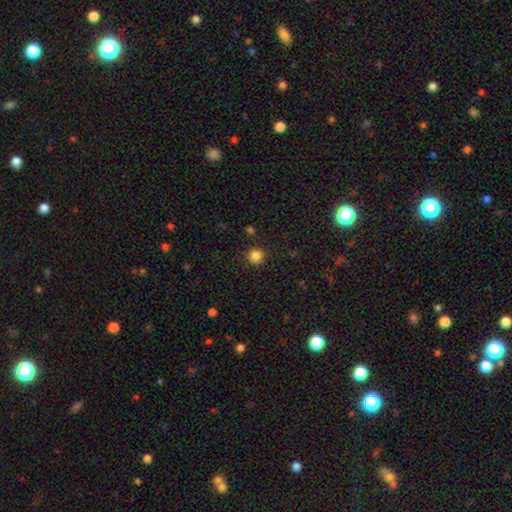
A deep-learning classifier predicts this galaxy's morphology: This is clearly a smooth galaxy (85%). How rounded: clearly round (94%). Merging: clearly none (91%).